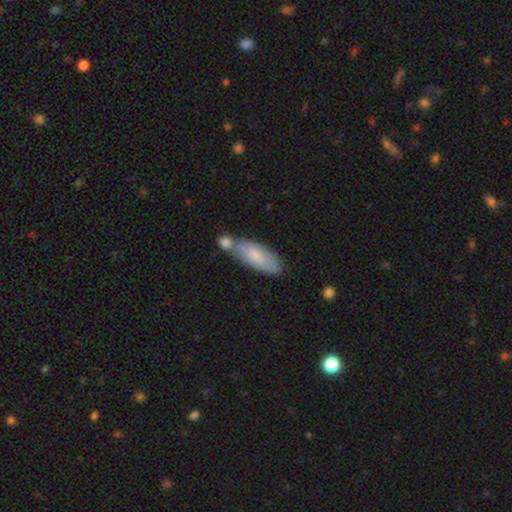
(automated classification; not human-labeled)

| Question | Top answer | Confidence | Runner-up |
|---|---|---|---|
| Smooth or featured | smooth | 67% | featured or disk (27%) |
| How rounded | in between | 69% | cigar-shaped (29%) |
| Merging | none | 46% | merger (31%) |